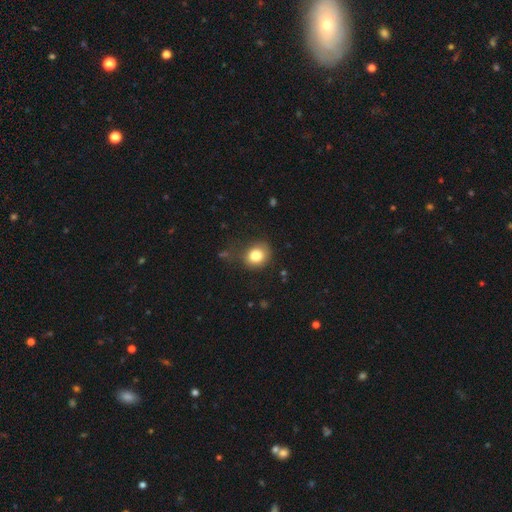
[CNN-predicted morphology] smooth 80%, star or artifact 10%, featured or disk 9%. Down the decision tree: how rounded — round (69%); merging — none (76%).